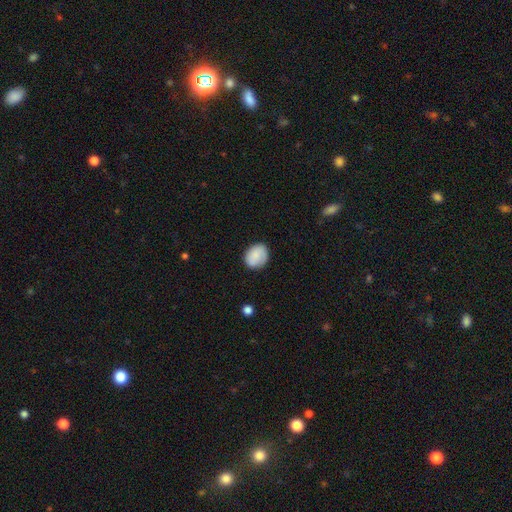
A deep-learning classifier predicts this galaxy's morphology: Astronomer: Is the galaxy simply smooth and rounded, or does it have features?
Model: smooth — 79%.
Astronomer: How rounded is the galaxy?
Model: round — 58% (runner-up: in between, 41%).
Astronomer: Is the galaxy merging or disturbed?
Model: none — 80%.